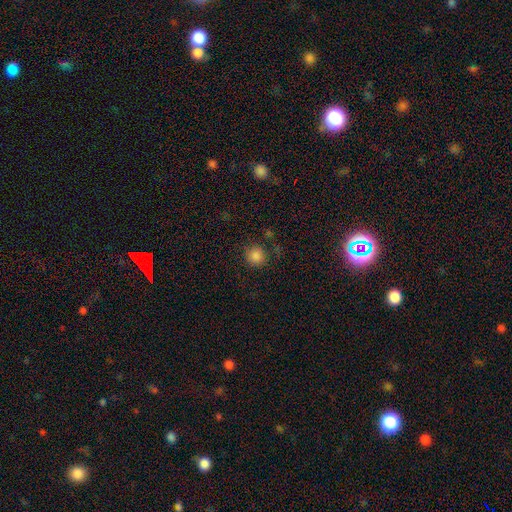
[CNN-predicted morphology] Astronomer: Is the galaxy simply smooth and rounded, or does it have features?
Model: smooth — 84%.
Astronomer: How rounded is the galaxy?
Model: round — 93%.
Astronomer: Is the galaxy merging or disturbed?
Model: none — 83%.